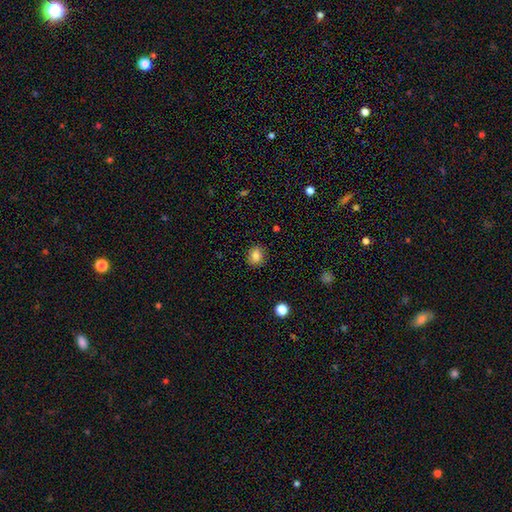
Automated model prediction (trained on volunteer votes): A smooth galaxy with no disk features (83%) that is round (68%). Merging: none (88%).